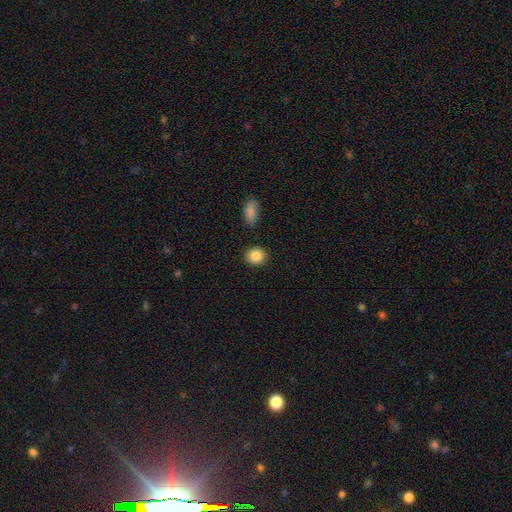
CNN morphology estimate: Smooth or featured? smooth (87%)
How rounded? round (80%)
Merging? none (89%)